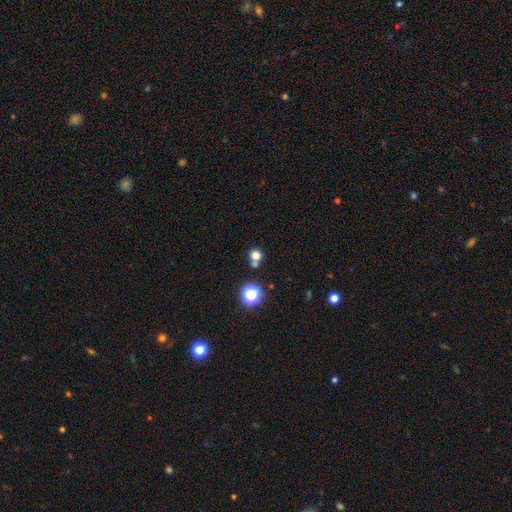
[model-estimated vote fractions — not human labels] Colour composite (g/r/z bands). It shows a smooth galaxy with no disk features (75%) that is round (89%). Merging: none (60%).